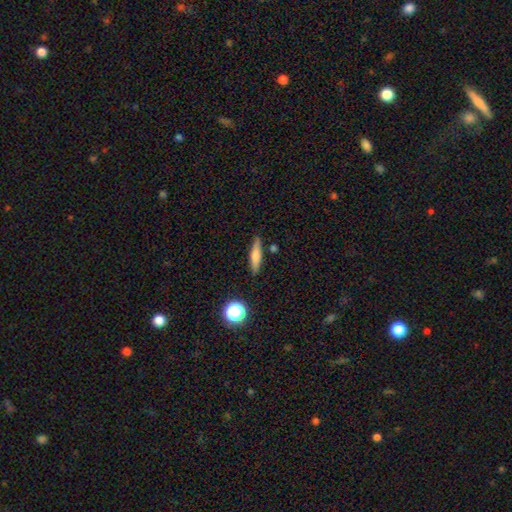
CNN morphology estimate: This is likely a smooth galaxy (66%). How rounded: likely cigar-shaped (79%). Merging: clearly none (83%).